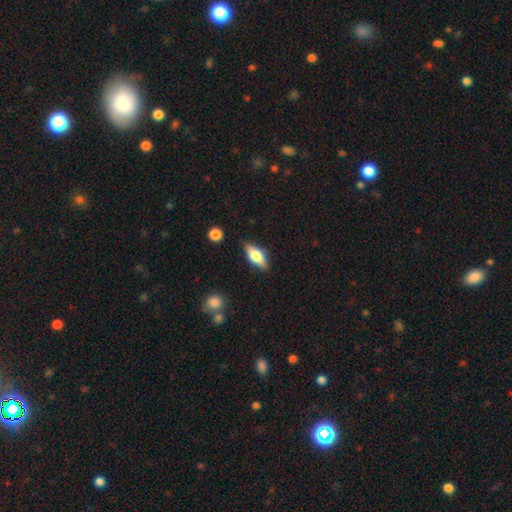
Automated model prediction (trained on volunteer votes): The model was most divided on "smooth or featured": smooth: 57%, featured or disk: 36%, star or artifact: 7%. More confident: merging — none (84%); how rounded — in between (71%).